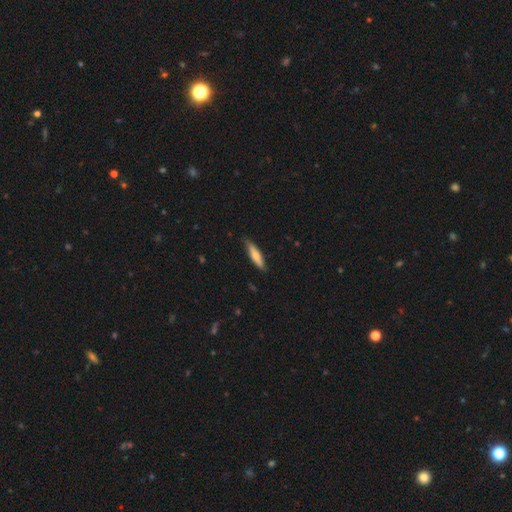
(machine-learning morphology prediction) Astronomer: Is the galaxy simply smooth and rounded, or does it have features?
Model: smooth — 62%.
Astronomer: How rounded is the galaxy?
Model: cigar-shaped — 78%.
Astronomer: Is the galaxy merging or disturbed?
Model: none — 83%.